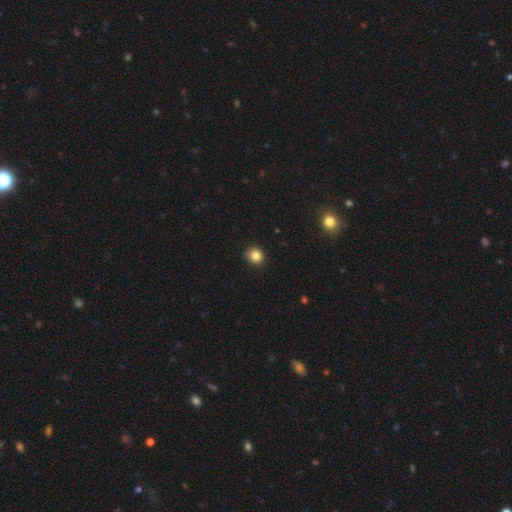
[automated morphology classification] This appears to be a smooth galaxy with no disk features (83%) that is round (83%). Merging: none (81%).